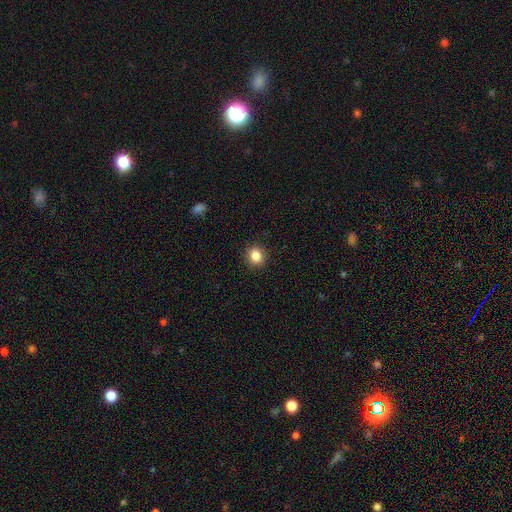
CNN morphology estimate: Q: Smooth or featured?
A: smooth (85%); runner-up: star or artifact (11%)
Q: How rounded?
A: round (81%); runner-up: in between (18%)
Q: Merging?
A: none (91%); runner-up: minor disturbance (7%)